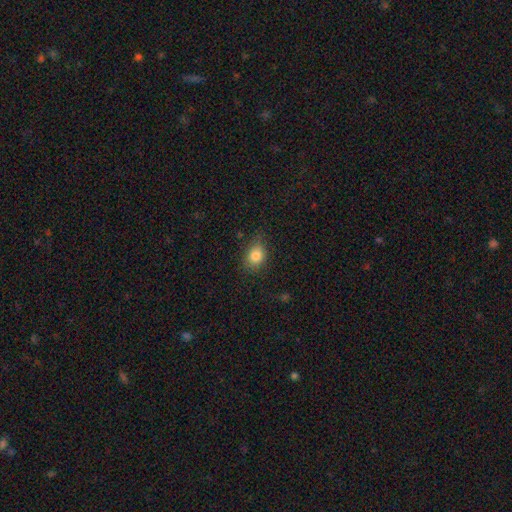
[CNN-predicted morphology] A smooth galaxy with no disk features (83%) that is in between round and cigar-shaped (61%).

Vote fractions:
- Smooth or featured? smooth: 83% / star or artifact: 10% / featured or disk: 7%
- How rounded? in between: 61% / round: 38% / cigar-shaped: 1%
- Merging? none: 73% / minor disturbance: 21% / major disturbance: 5% / merger: 1%